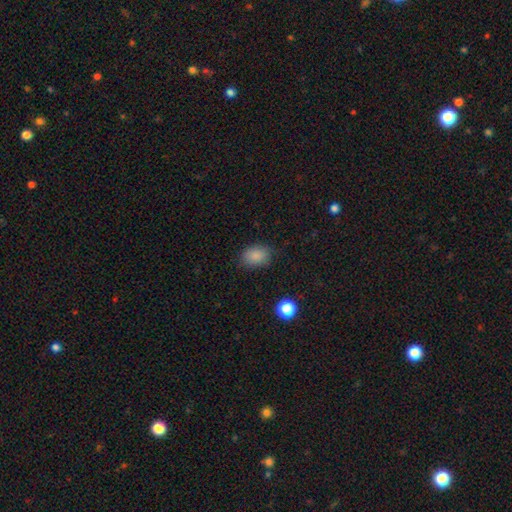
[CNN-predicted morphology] Smooth or featured? Predicted: smooth (p=0.86). How rounded? Predicted: in between (p=0.76). Merging? Predicted: none (p=0.81).